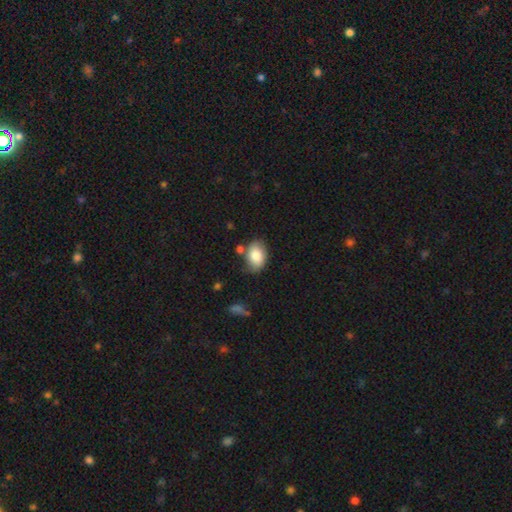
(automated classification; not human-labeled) smooth 81%, featured or disk 11%, star or artifact 7%. Down the decision tree: how rounded — in between (85%); merging — none (69%).